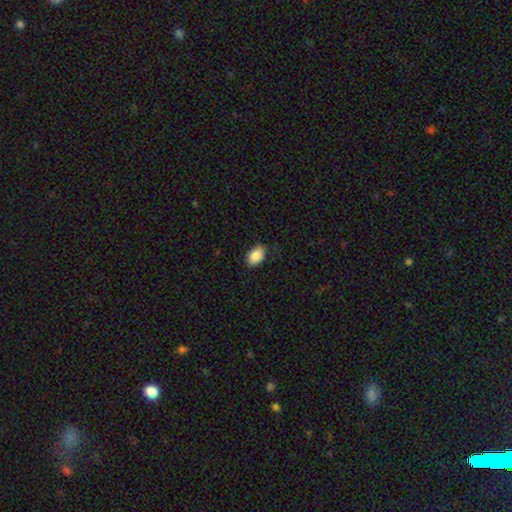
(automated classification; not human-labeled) This appears to be a smooth galaxy with no disk features (88%) that is in between round and cigar-shaped (88%). Merging: none (77%).